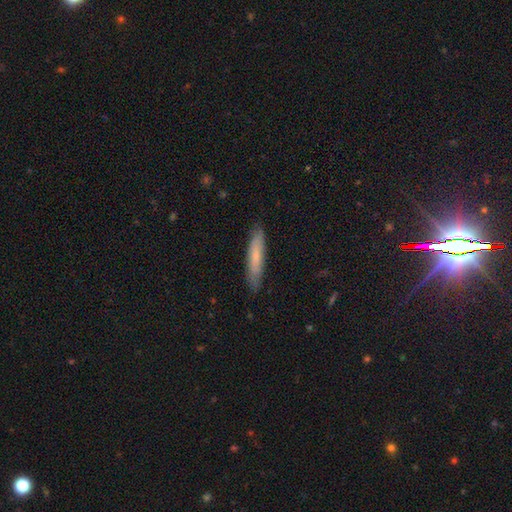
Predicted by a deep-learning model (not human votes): Smooth or featured? Predicted: smooth (p=0.66). How rounded? Predicted: cigar-shaped (p=0.87). Merging? Predicted: none (p=0.85).